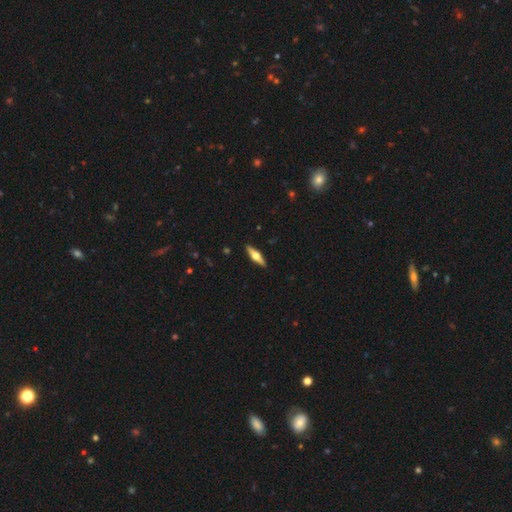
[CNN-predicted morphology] This is likely a featured or disk galaxy (65%). It is clearly viewed edge-on (96%). Edge-on bulge: clearly rounded (95%). Merging: clearly none (91%).